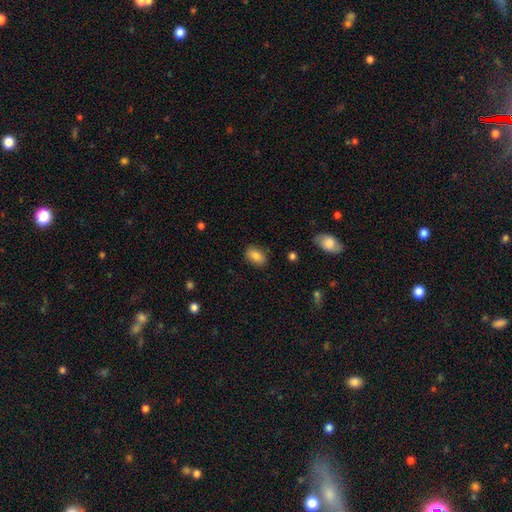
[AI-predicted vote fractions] The model was most divided on "merging": none: 84%, minor disturbance: 12%, major disturbance: 3%, merger: 1%. More confident: how rounded — in between (86%); smooth or featured — smooth (84%).